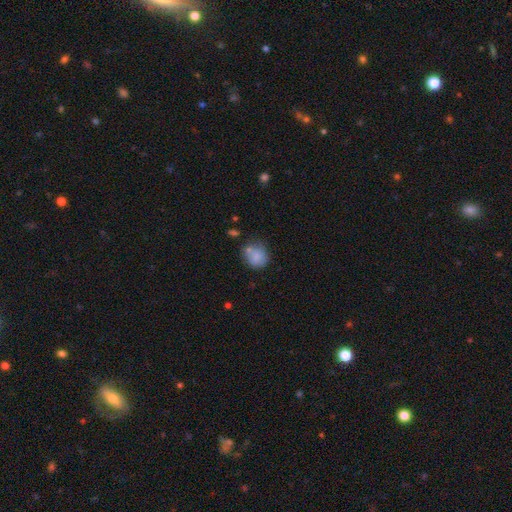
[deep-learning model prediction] Smooth or featured?
  - smooth: 76% *
  - featured or disk: 16%
  - star or artifact: 9%
How rounded?
  - round: 71% *
  - in between: 28%
  - cigar-shaped: 1%
Merging?
  - none: 52% *
  - minor disturbance: 22%
  - merger: 17%
  - major disturbance: 9%